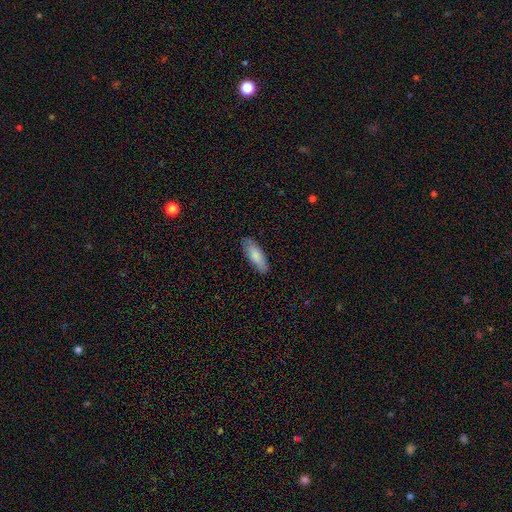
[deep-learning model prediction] A smooth galaxy with no disk features (82%) that is in between round and cigar-shaped (70%).

Vote fractions:
- Smooth or featured? smooth: 82% / featured or disk: 13% / star or artifact: 5%
- How rounded? in between: 70% / cigar-shaped: 28% / round: 2%
- Merging? none: 85% / minor disturbance: 11% / major disturbance: 2% / merger: 1%